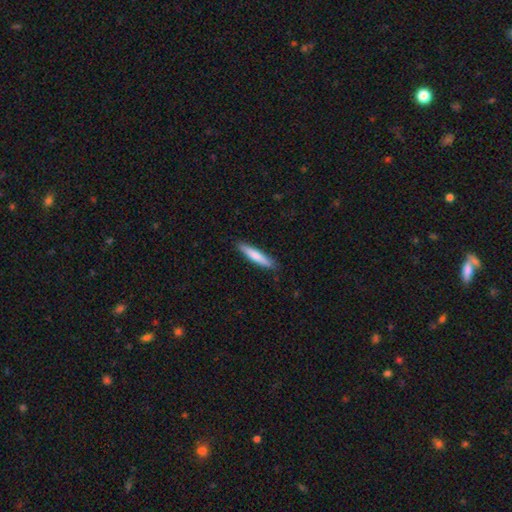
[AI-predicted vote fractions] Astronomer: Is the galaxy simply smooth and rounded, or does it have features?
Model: smooth — 75%.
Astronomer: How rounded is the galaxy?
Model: cigar-shaped — 89%.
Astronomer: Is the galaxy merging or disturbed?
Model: none — 88%.